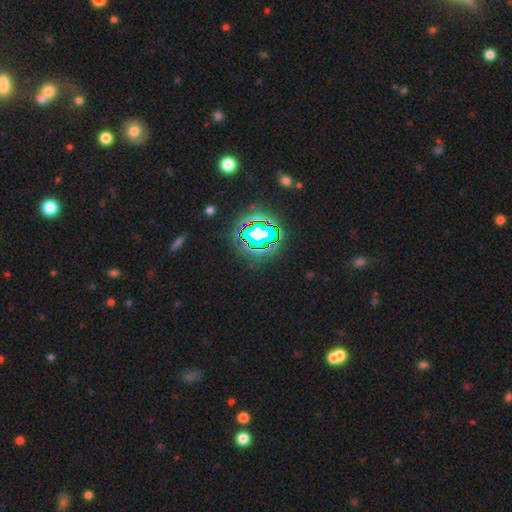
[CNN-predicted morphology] Smooth or featured?
  - star or artifact: 81% *
  - smooth: 11%
  - featured or disk: 8%